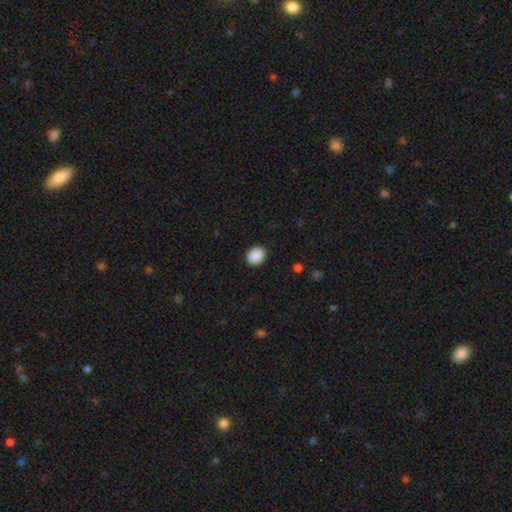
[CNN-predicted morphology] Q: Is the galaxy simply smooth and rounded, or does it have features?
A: smooth — 90%.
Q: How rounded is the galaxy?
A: in between — 53%.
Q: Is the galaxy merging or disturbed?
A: none — 90%.